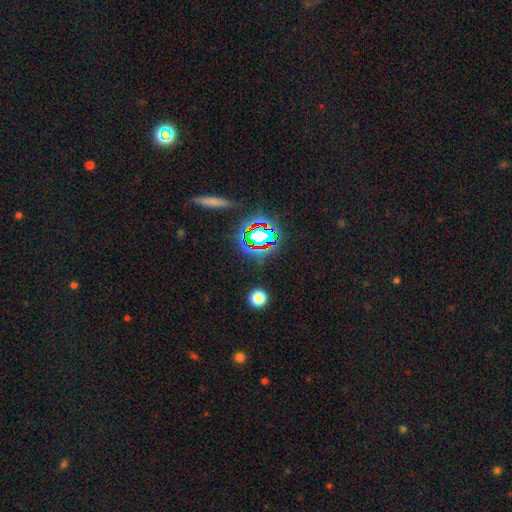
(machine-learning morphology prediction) Overall: star or artifact (74%).